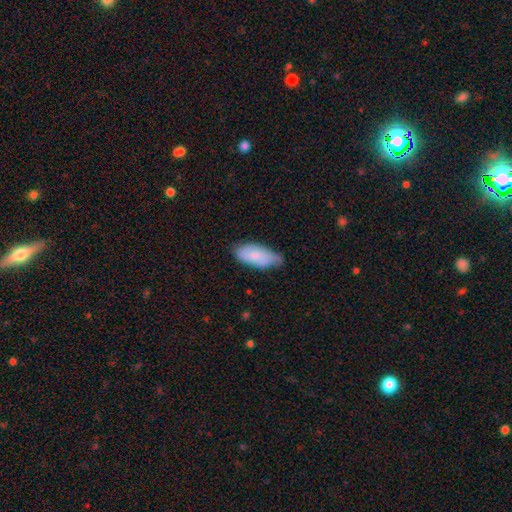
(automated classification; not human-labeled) Smooth or featured?
  - smooth: 74% *
  - featured or disk: 19%
  - star or artifact: 6%
How rounded?
  - in between: 87% *
  - cigar-shaped: 11%
  - round: 2%
Merging?
  - none: 55% *
  - minor disturbance: 37%
  - major disturbance: 6%
  - merger: 2%